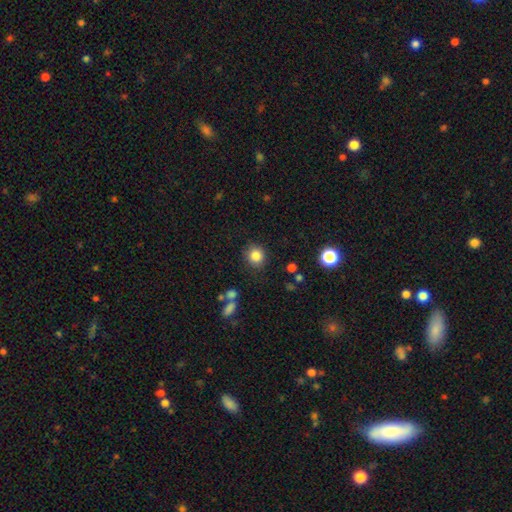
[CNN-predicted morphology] The model was most divided on "how rounded": round: 86%, in between: 13%, cigar-shaped: 1%. More confident: merging — none (86%); smooth or featured — smooth (84%).